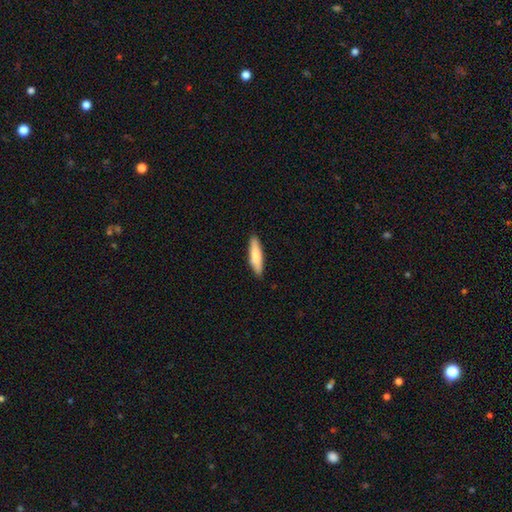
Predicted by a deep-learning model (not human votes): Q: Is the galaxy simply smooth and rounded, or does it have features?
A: smooth — 77%.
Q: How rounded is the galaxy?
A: cigar-shaped — 74%.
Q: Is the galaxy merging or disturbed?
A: none — 89%.